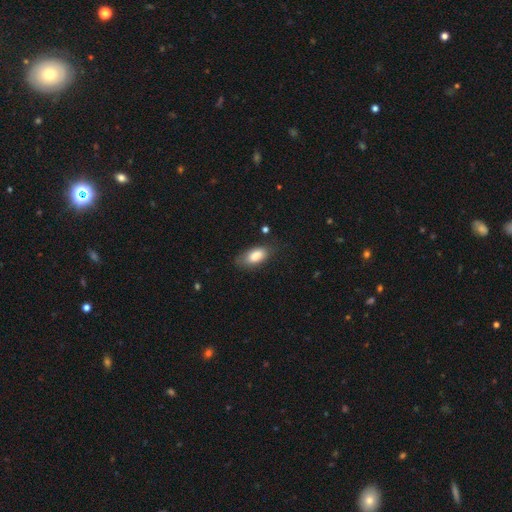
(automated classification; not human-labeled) Q: Smooth or featured?
A: smooth (83%); runner-up: featured or disk (10%)
Q: How rounded?
A: in between (90%); runner-up: cigar-shaped (6%)
Q: Merging?
A: none (71%); runner-up: minor disturbance (22%)